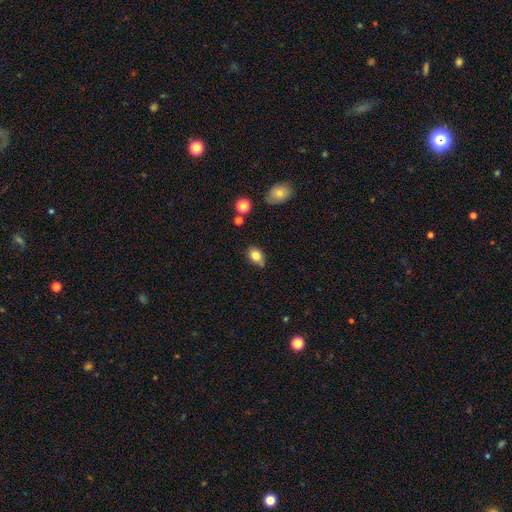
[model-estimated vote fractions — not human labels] Morphology: type=smooth (81%); roundness=in between (59%); merging=none (64%).